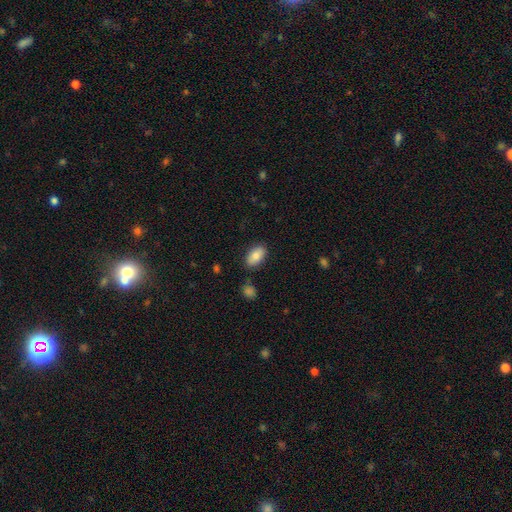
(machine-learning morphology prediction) This appears to be a smooth galaxy with no disk features (82%) that is in between round and cigar-shaped (93%). Merging: none (82%).